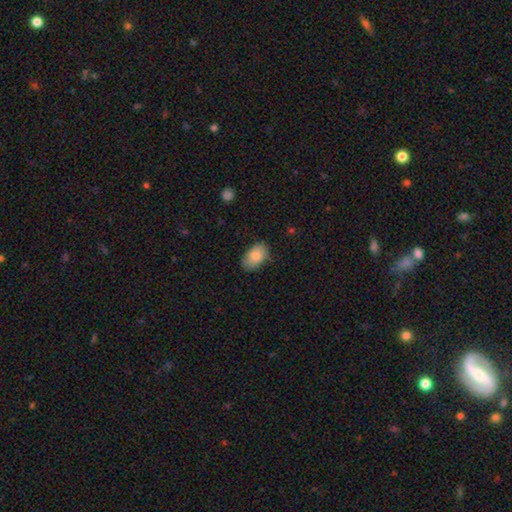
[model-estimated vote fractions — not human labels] Smooth or featured: smooth — 84% (featured or disk — 10%)
How rounded: in between — 92% (round — 7%)
Merging: none — 78% (minor disturbance — 18%)